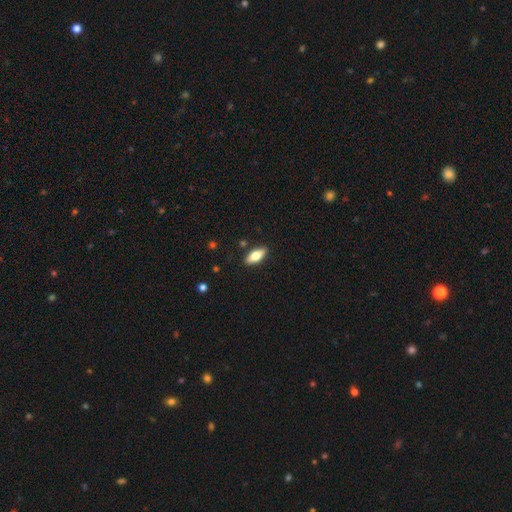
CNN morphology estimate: This is likely a smooth galaxy (64%). How rounded: likely in between (74%). Merging: clearly none (88%).